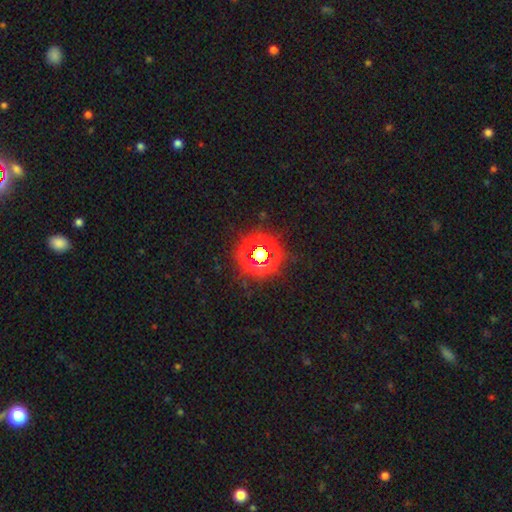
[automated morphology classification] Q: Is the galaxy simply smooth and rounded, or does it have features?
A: star or artifact — 75%.